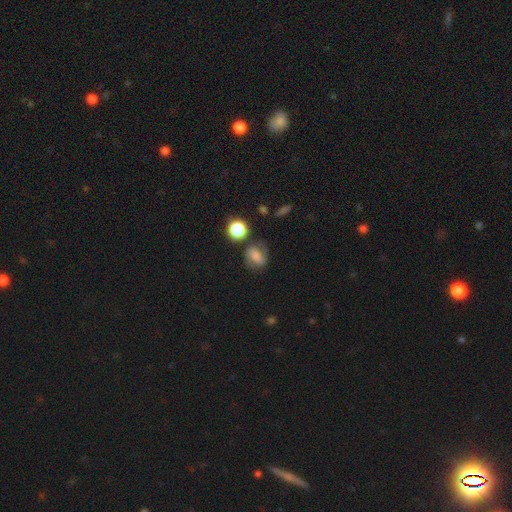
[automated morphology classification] Smooth or featured: featured or disk — 47% (smooth — 41%)
Merging: none — 69% (minor disturbance — 18%)